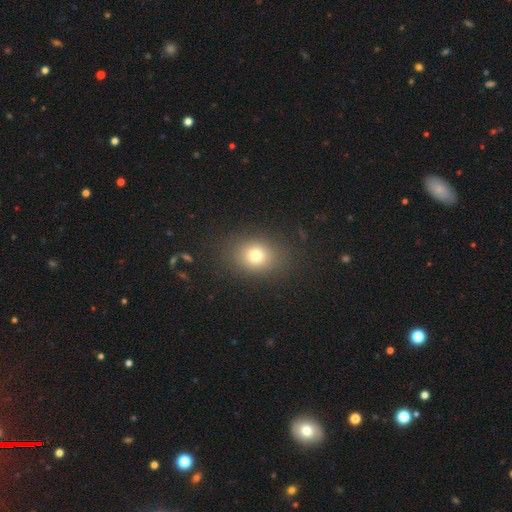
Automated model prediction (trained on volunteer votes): Q: Smooth or featured?
A: smooth (75%); runner-up: star or artifact (14%)
Q: How rounded?
A: round (53%); runner-up: in between (46%)
Q: Merging?
A: none (84%); runner-up: minor disturbance (9%)